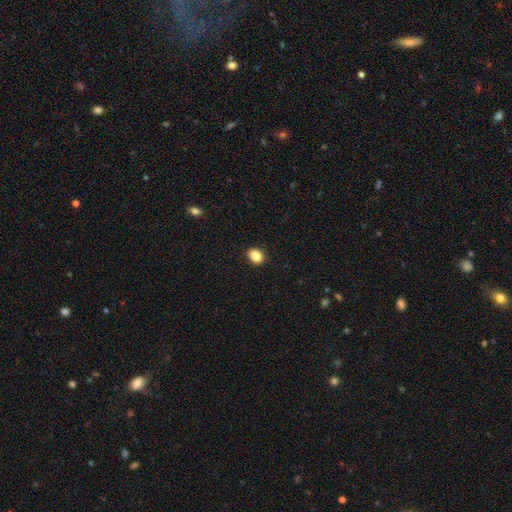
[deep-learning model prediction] Morphology: type=smooth (86%); roundness=in between (56%); merging=none (91%).